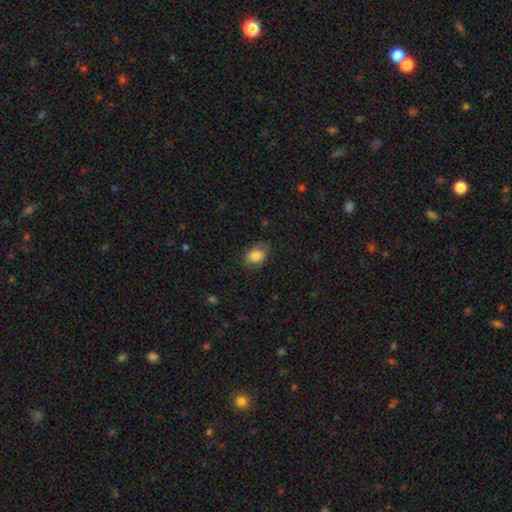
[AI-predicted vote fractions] smooth-or-featured: smooth: 82% | featured or disk: 10% | star or artifact: 8%
  how-rounded: in between: 66% | round: 33% | cigar-shaped: 1%
  merging: none: 72% | minor disturbance: 21% | major disturbance: 6% | merger: 1%